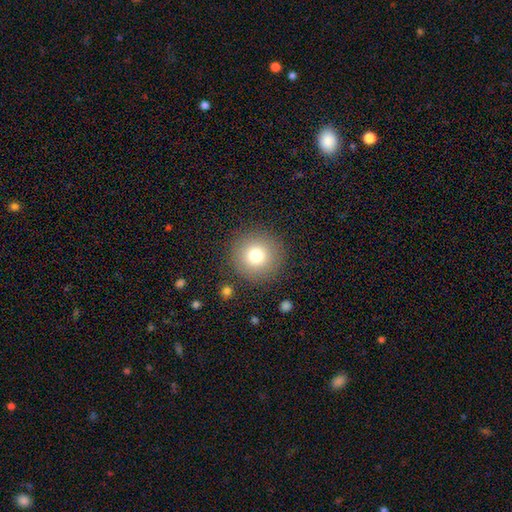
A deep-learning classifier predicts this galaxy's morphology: smooth 76%, star or artifact 12%, featured or disk 12%. Down the decision tree: how rounded — round (96%); merging — none (88%).